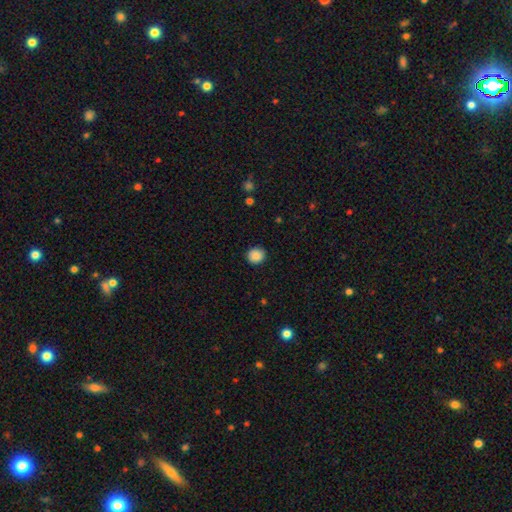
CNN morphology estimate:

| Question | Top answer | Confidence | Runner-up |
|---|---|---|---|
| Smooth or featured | smooth | 88% | star or artifact (9%) |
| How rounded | round | 87% | in between (12%) |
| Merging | none | 91% | minor disturbance (6%) |